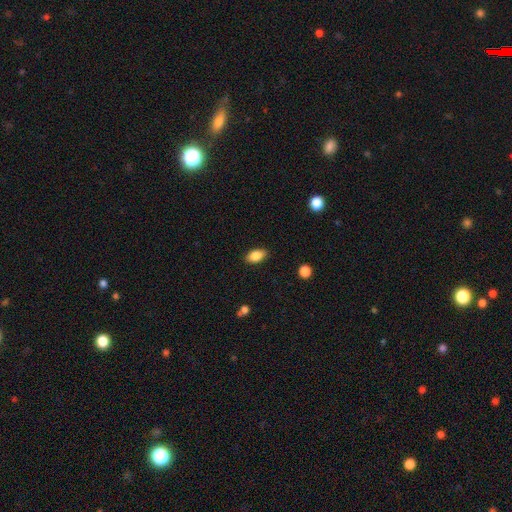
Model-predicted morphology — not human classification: Smooth or featured? smooth (86%)
How rounded? in between (90%)
Merging? none (86%)